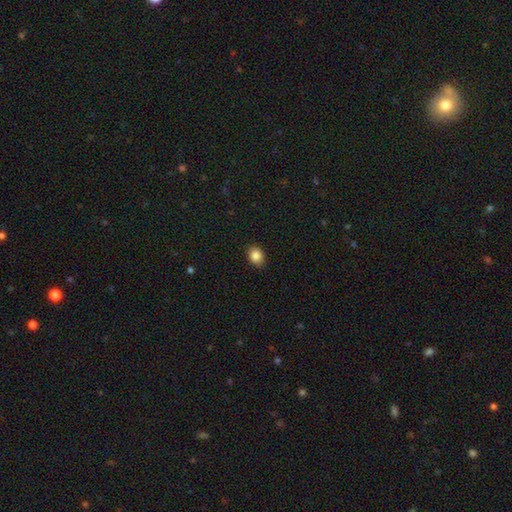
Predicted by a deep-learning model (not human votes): Smooth or featured: smooth — 86% (star or artifact — 9%)
How rounded: in between — 52% (round — 47%)
Merging: none — 86% (minor disturbance — 11%)